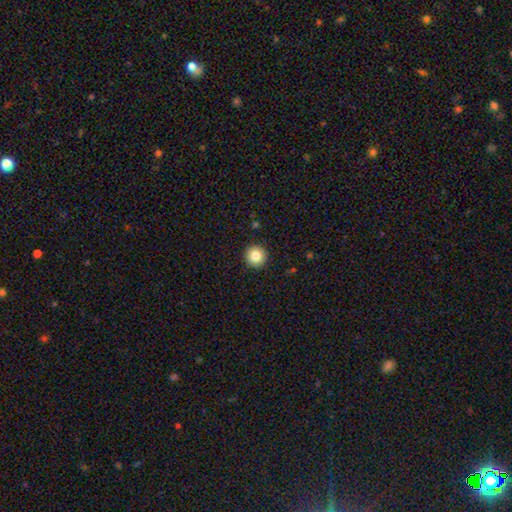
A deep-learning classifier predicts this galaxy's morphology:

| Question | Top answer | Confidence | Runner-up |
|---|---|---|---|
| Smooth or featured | smooth | 82% | star or artifact (10%) |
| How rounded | round | 96% | in between (3%) |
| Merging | none | 92% | minor disturbance (5%) |